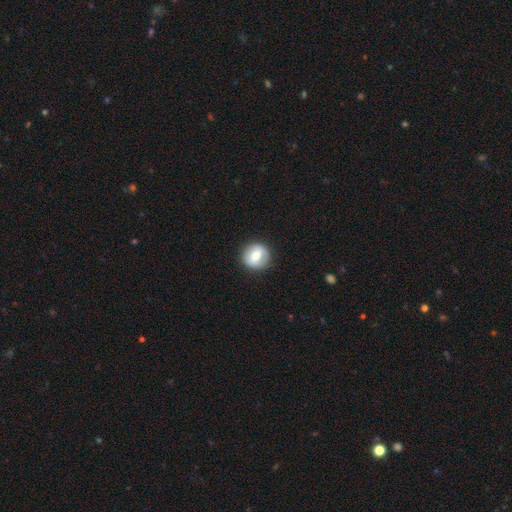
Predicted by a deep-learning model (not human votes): Smooth or featured? smooth (65%)
How rounded? round (91%)
Merging? none (89%)